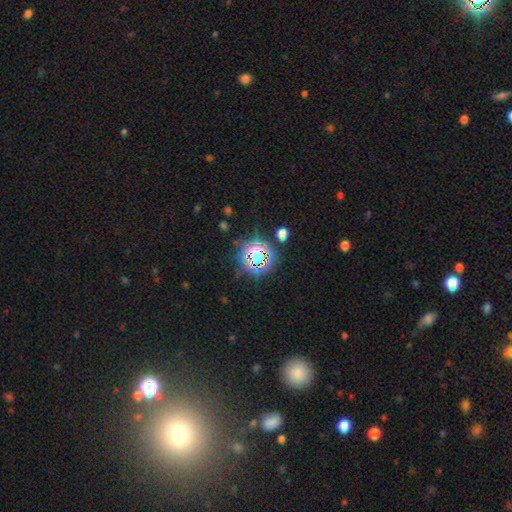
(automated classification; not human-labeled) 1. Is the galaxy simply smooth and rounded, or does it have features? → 64% star or artifact, 24% smooth, 12% featured or disk.